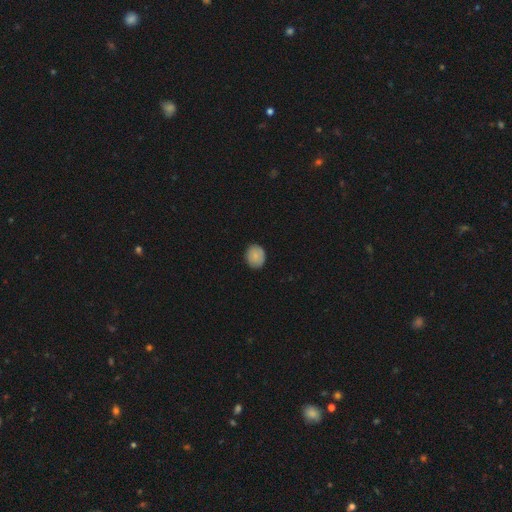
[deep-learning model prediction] smooth 85%, star or artifact 8%, featured or disk 7%. Down the decision tree: how rounded — round (65%); merging — none (87%).